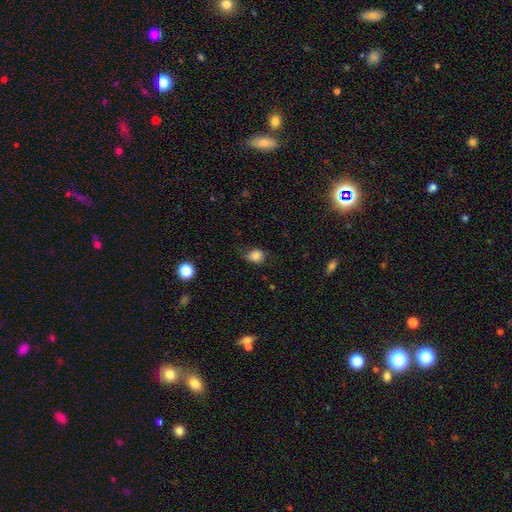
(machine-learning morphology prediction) Smooth or featured? smooth (83%)
How rounded? round (51%)
Merging? none (57%)